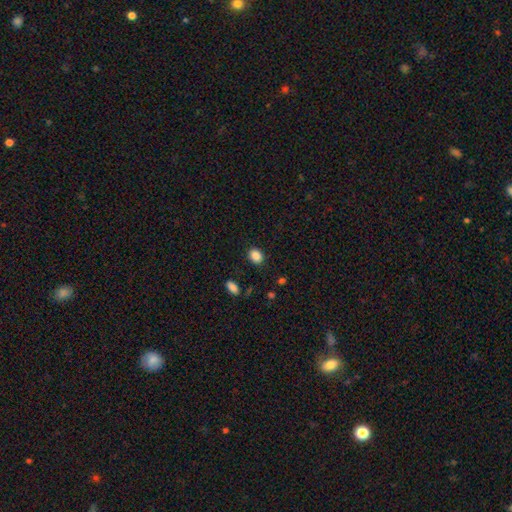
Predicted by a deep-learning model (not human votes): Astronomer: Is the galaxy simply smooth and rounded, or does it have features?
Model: smooth — 87%.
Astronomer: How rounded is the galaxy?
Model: in between — 56% (runner-up: round, 43%).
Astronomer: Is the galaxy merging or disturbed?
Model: none — 87%.